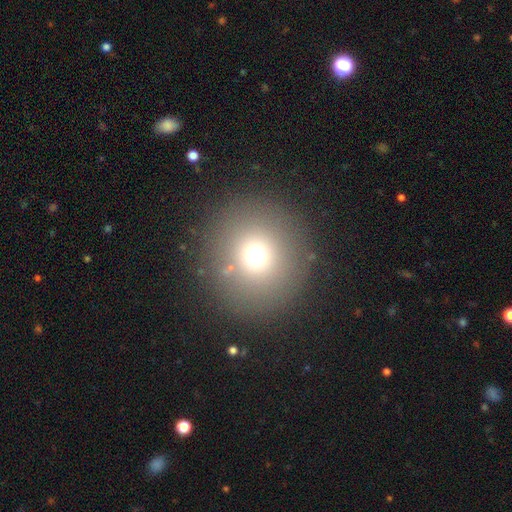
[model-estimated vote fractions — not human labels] This is likely a smooth galaxy (69%). How rounded: clearly round (93%). Merging: clearly none (87%).